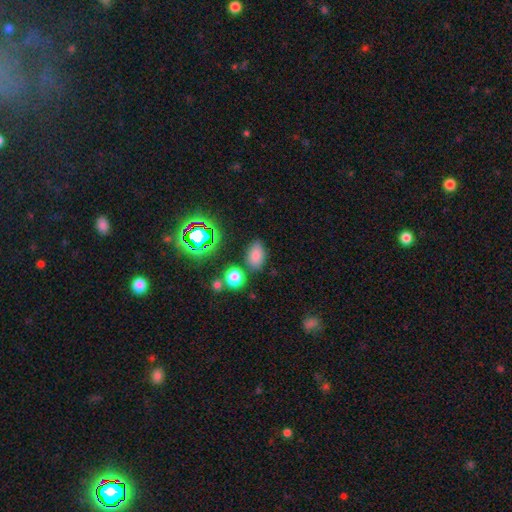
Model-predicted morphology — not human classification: A smooth galaxy with no disk features (75%) that is in between round and cigar-shaped (87%). Merging: none (76%).